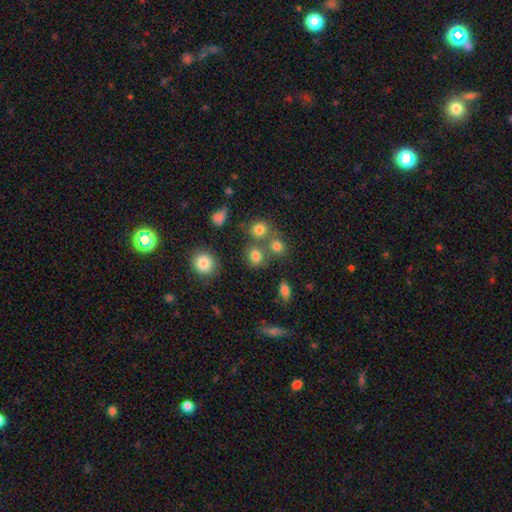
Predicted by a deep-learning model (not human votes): A smooth galaxy with no disk features (76%) that is round (65%). Merging: none (62%).